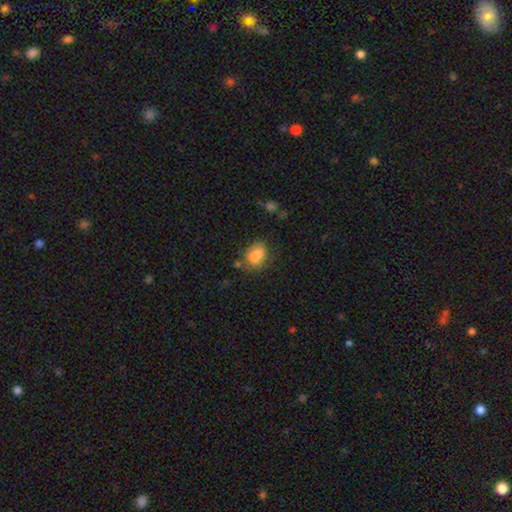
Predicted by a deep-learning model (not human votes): Q: Smooth or featured?
A: smooth (77%); runner-up: featured or disk (12%)
Q: How rounded?
A: in between (70%); runner-up: round (28%)
Q: Merging?
A: none (50%); runner-up: minor disturbance (22%)